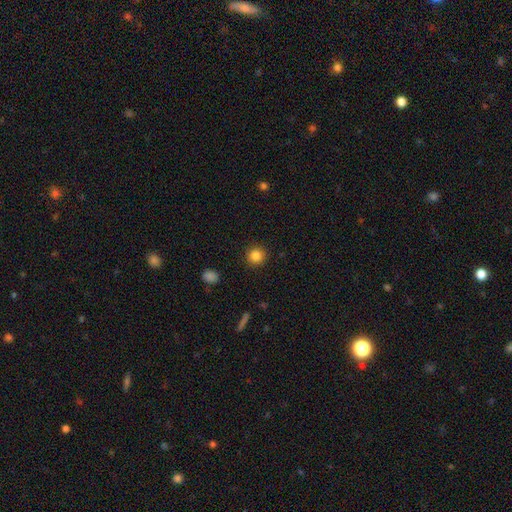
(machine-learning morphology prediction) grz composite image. It shows a smooth galaxy with no disk features (85%) that is round (93%). Merging: none (91%).